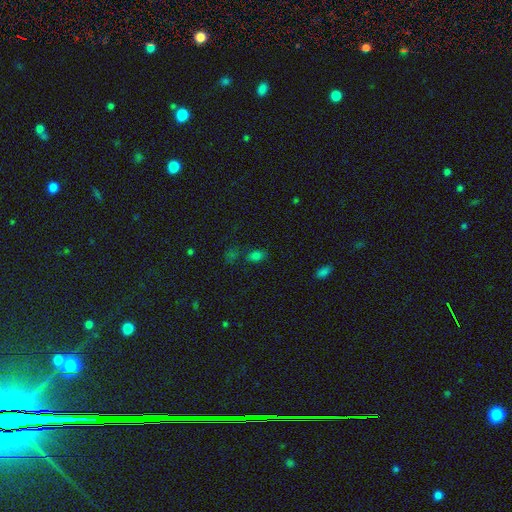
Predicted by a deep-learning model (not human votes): The model was most divided on "smooth or featured": smooth: 65%, star or artifact: 28%, featured or disk: 6%. More confident: how rounded — in between (82%); merging — none (62%).